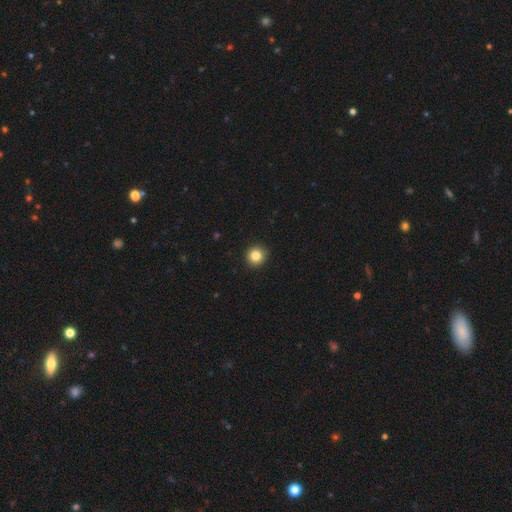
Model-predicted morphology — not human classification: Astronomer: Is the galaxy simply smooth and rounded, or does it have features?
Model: smooth — 84%.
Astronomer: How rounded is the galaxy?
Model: round — 93%.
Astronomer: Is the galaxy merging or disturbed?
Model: none — 93%.